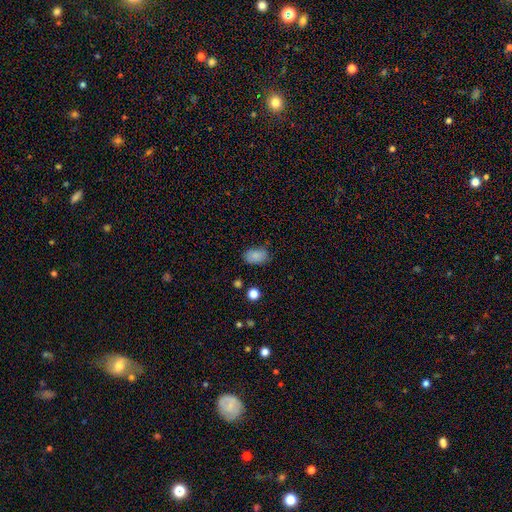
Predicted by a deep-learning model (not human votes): smooth-or-featured: smooth: 85% | star or artifact: 9% | featured or disk: 6%
  how-rounded: in between: 89% | round: 10% | cigar-shaped: 1%
  merging: none: 78% | minor disturbance: 17% | major disturbance: 4% | merger: 2%